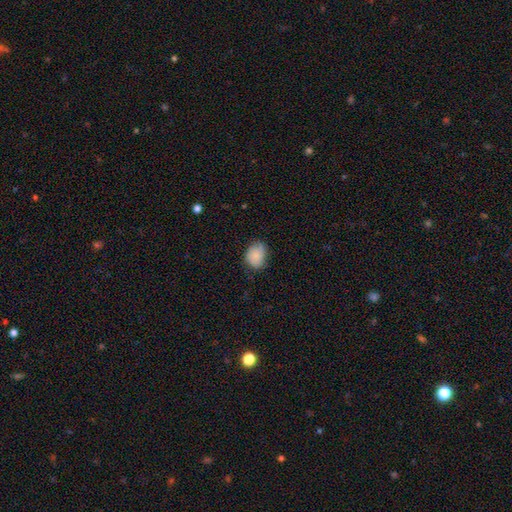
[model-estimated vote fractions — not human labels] Smooth or featured? smooth (82%)
How rounded? in between (61%)
Merging? none (68%)